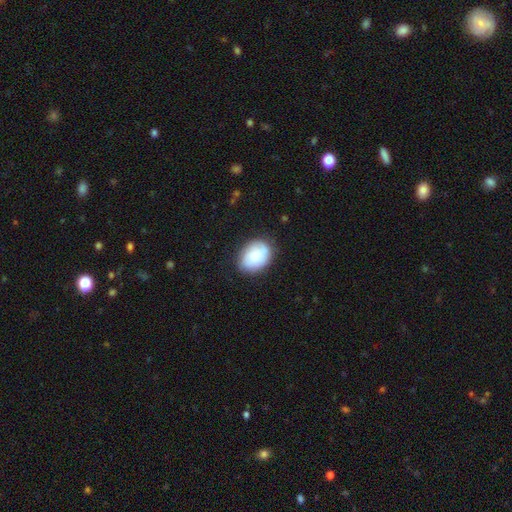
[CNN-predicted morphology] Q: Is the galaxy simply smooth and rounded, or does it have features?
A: smooth — 72%.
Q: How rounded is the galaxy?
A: in between — 69%.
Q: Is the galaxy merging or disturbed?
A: none — 75%.